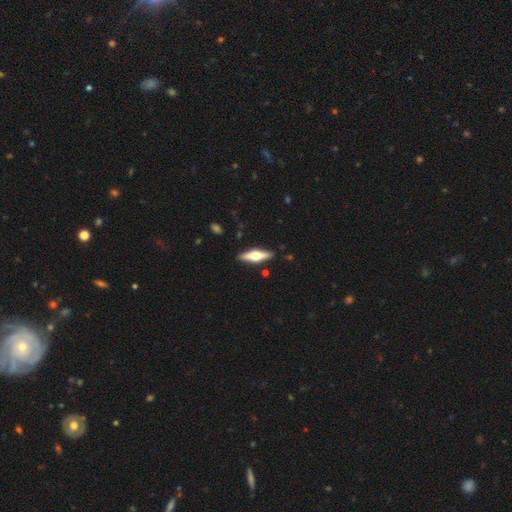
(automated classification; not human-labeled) smooth-or-featured: featured or disk: 62% | smooth: 33% | star or artifact: 6%
  disk-edge-on: yes: 95% | no: 5%
    edge-on-bulge: rounded: 95% | boxy: 4% | none: 2%
  merging: none: 89% | minor disturbance: 8% | major disturbance: 2% | merger: 1%